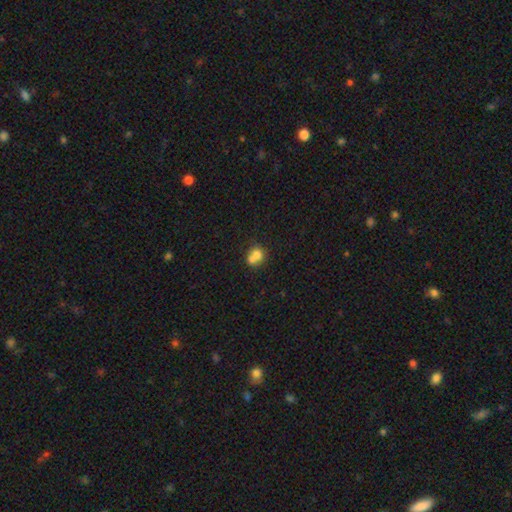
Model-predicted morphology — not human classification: This is likely a smooth galaxy (72%). How rounded: likely round (72%). Merging: likely merger (61%).